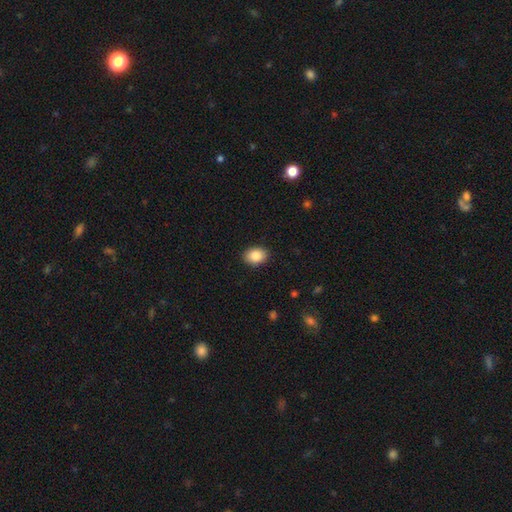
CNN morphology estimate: A smooth galaxy with no disk features (86%) that is in between round and cigar-shaped (69%). Merging: none (90%).